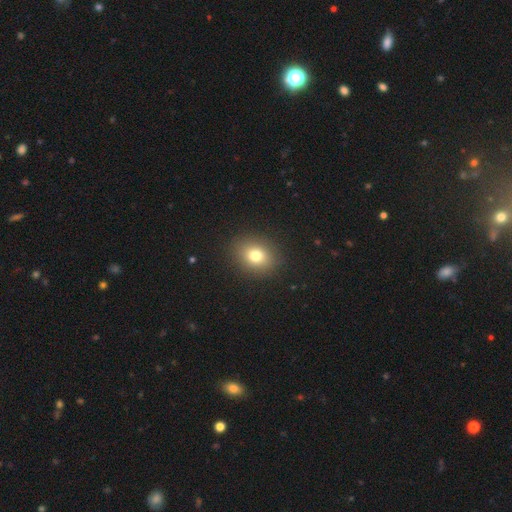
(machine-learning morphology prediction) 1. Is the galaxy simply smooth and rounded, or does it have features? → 77% smooth, 13% star or artifact, 10% featured or disk.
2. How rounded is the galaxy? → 54% round, 45% in between, 1% cigar-shaped.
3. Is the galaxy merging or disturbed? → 89% none, 7% minor disturbance, 3% major disturbance, 1% merger.